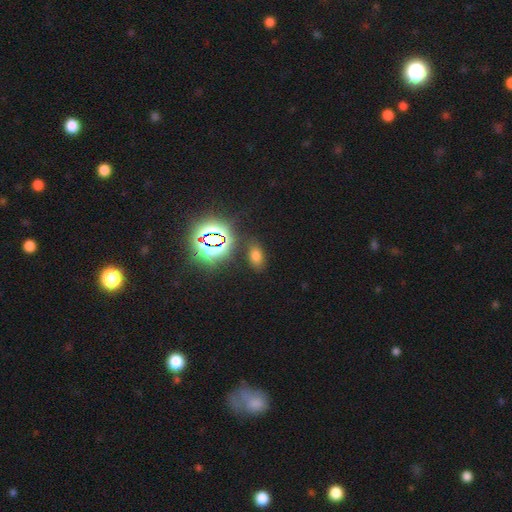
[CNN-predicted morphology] Smooth or featured? smooth (58%)
How rounded? in between (86%)
Merging? none (80%)